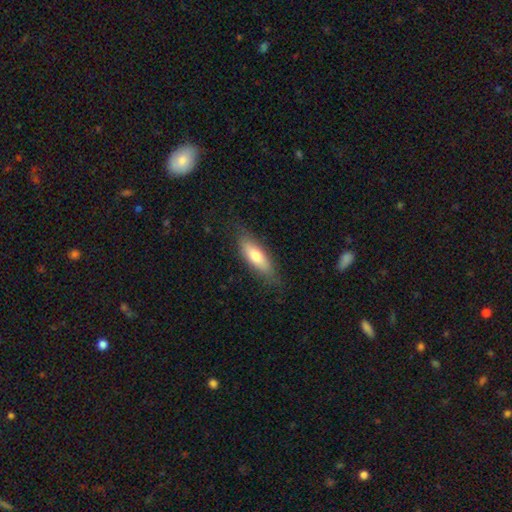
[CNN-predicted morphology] This is likely a smooth galaxy (68%). How rounded: possibly in between (57%). Merging: likely none (76%).